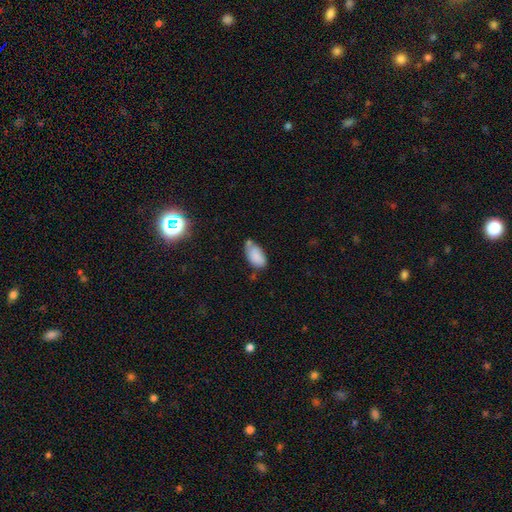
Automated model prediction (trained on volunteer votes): Smooth or featured: smooth — 84% (star or artifact — 8%)
How rounded: in between — 94% (round — 4%)
Merging: none — 51% (minor disturbance — 28%)